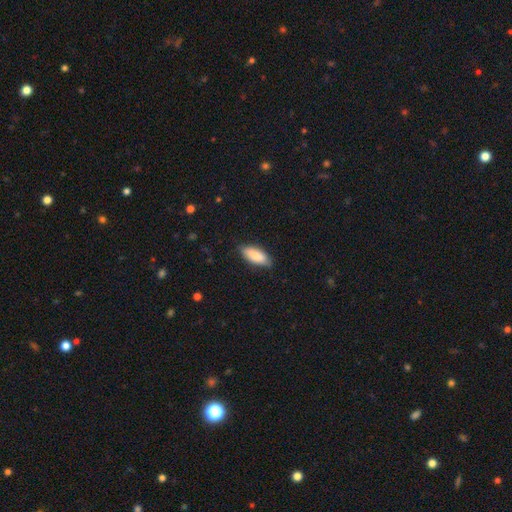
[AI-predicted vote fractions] A smooth galaxy with no disk features (86%) that is in between round and cigar-shaped (81%). Merging: none (82%).